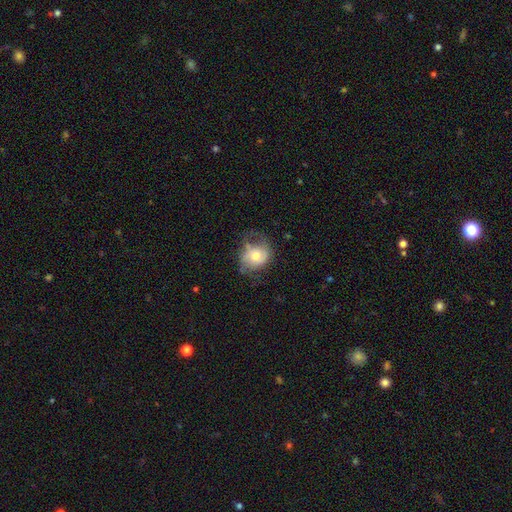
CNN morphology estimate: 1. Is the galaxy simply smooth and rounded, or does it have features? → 48% smooth, 44% featured or disk, 8% star or artifact.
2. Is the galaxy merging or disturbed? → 47% none, 30% minor disturbance, 20% major disturbance, 2% merger.